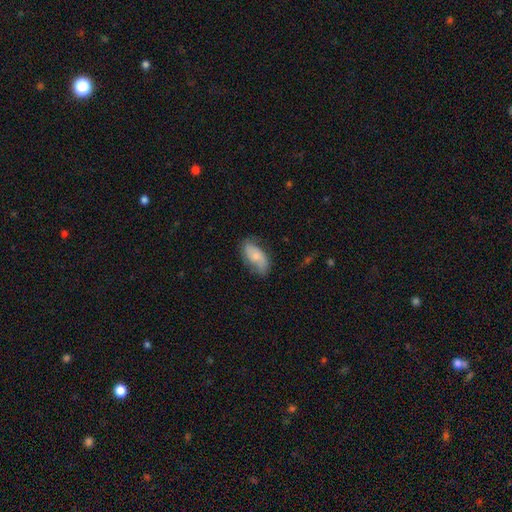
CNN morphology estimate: Smooth or featured? Predicted: smooth (p=0.62). How rounded? Predicted: in between (p=0.90). Merging? Predicted: none (p=0.66).